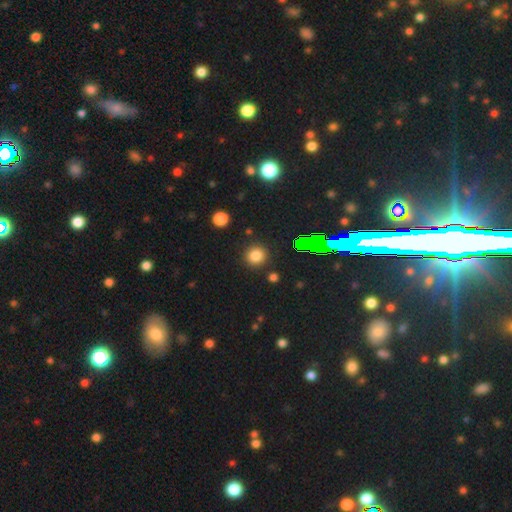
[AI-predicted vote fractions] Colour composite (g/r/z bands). It shows a smooth galaxy with no disk features (75%) that is round (93%). Merging: none (88%).